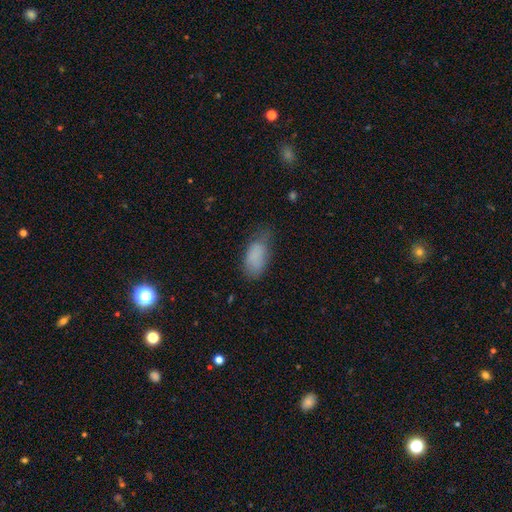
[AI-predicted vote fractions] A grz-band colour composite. It shows a smooth galaxy with no disk features (82%) that is in between round and cigar-shaped (92%). Merging: none (48%).